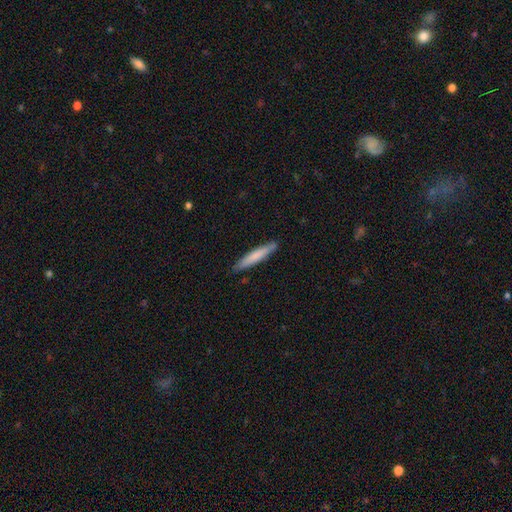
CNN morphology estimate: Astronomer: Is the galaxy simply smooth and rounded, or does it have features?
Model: smooth — 73%.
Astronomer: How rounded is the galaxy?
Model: cigar-shaped — 92%.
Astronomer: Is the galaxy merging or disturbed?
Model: none — 86%.